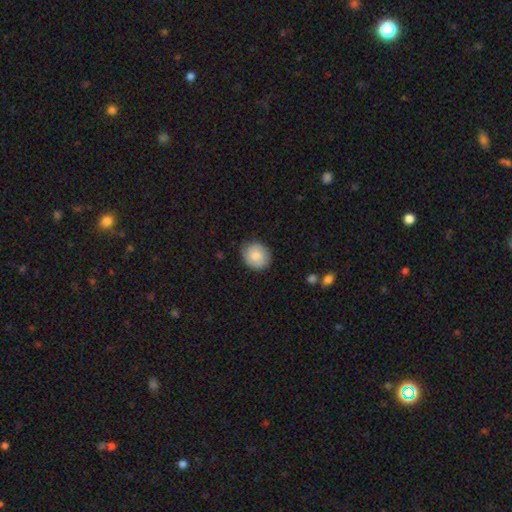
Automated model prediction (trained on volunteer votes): smooth-or-featured: smooth: 83% | featured or disk: 10% | star or artifact: 7%
  how-rounded: round: 81% | in between: 18% | cigar-shaped: 1%
  merging: none: 82% | minor disturbance: 15% | major disturbance: 3% | merger: 1%